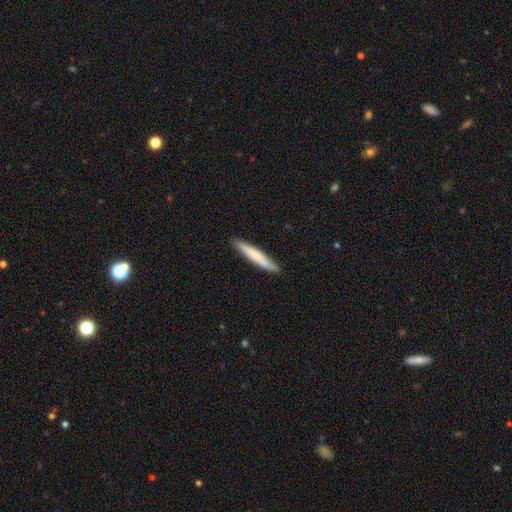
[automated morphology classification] Smooth or featured?
  - smooth: 63% *
  - featured or disk: 32%
  - star or artifact: 5%
How rounded?
  - cigar-shaped: 94% *
  - in between: 5%
  - round: 1%
Merging?
  - none: 89% *
  - minor disturbance: 9%
  - major disturbance: 1%
  - merger: 1%